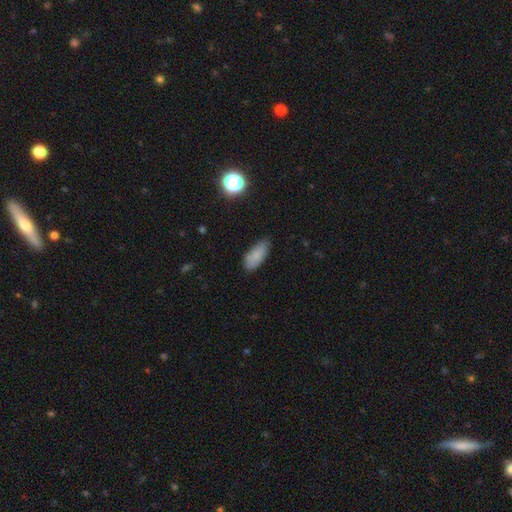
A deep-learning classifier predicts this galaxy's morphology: A smooth galaxy with no disk features (82%) that is in between round and cigar-shaped (84%). Merging: none (73%).